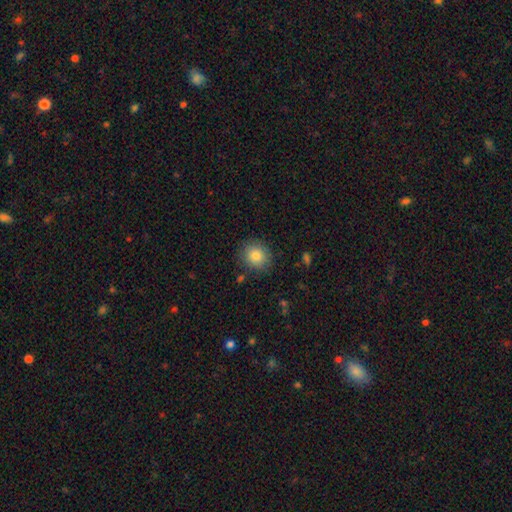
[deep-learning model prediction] smooth_or_featured: smooth (p=0.83) [alt: star or artifact p=0.09]
how_rounded: round (p=0.84) [alt: in between p=0.15]
merging: none (p=0.86) [alt: minor disturbance p=0.10]